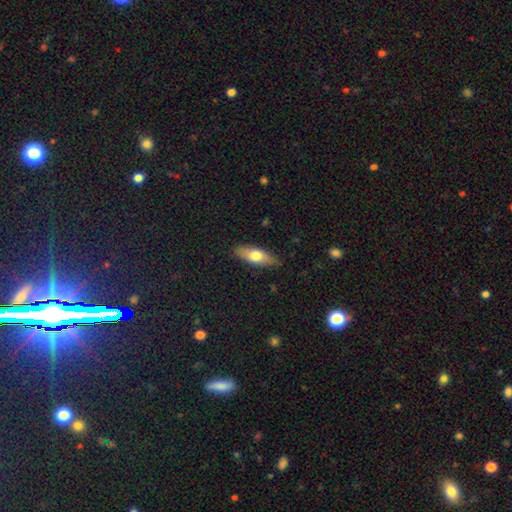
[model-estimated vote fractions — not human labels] Smooth or featured: smooth — 66% (featured or disk — 28%)
How rounded: in between — 69% (cigar-shaped — 27%)
Merging: none — 84% (minor disturbance — 12%)